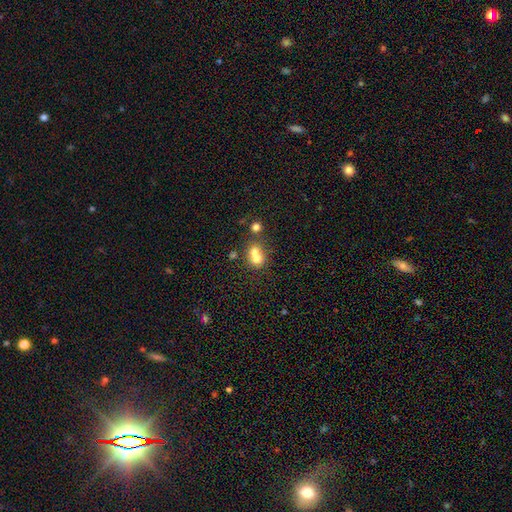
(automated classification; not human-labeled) smooth 66%, featured or disk 21%, star or artifact 13%. Down the decision tree: how rounded — round (73%); merging — merger (65%).